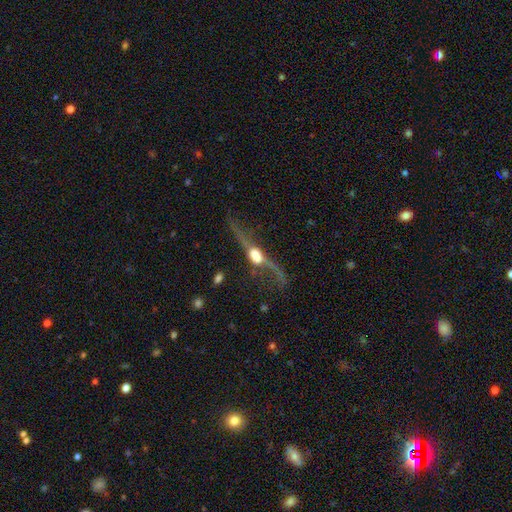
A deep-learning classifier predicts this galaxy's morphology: A featured or disk galaxy (76%) viewed edge-on (56%). Merging: none (45%).